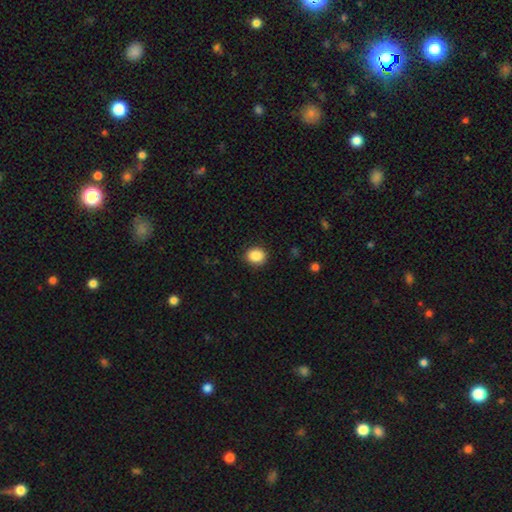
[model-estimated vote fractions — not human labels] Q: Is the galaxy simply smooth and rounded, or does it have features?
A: smooth — 88%.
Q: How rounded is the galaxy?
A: round — 71%.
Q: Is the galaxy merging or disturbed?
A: none — 88%.